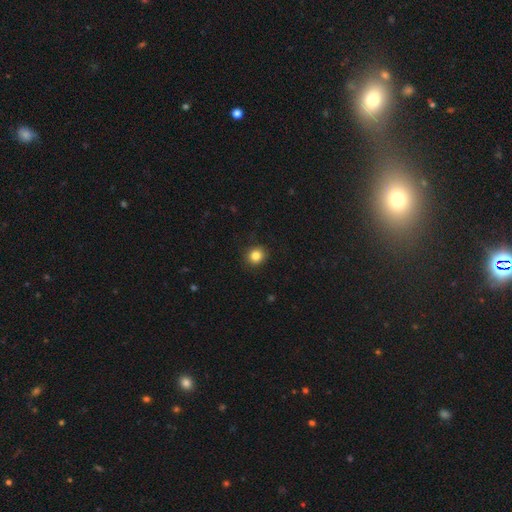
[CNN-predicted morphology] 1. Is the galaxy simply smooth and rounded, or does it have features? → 84% smooth, 11% star or artifact, 5% featured or disk.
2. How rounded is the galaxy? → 86% round, 13% in between, 1% cigar-shaped.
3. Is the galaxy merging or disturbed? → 90% none, 7% minor disturbance, 2% major disturbance, 1% merger.